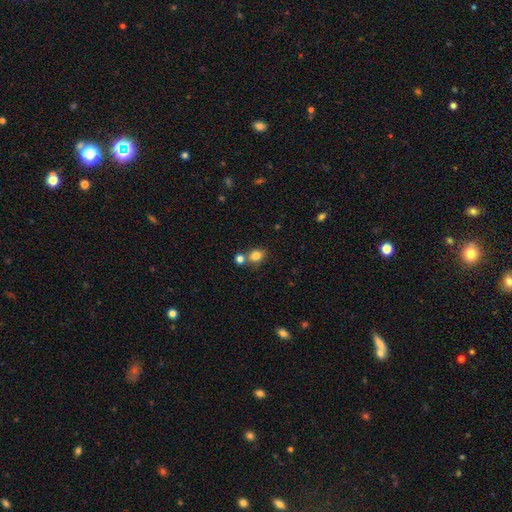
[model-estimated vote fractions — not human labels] This appears to be a smooth galaxy with no disk features (81%) that is round (56%). Merging: none (57%).